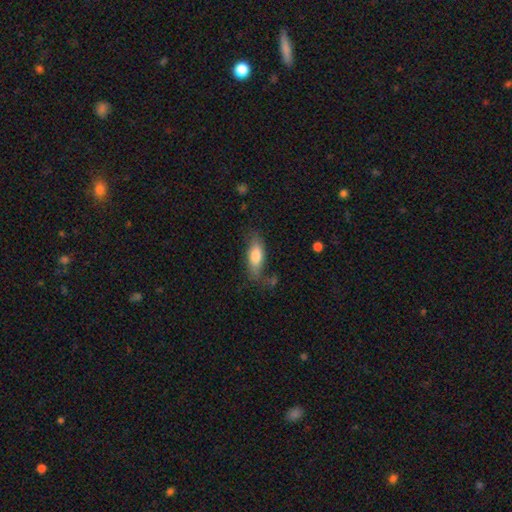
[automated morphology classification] Smooth or featured? Predicted: smooth (p=0.75). How rounded? Predicted: in between (p=0.75). Merging? Predicted: none (p=0.65).